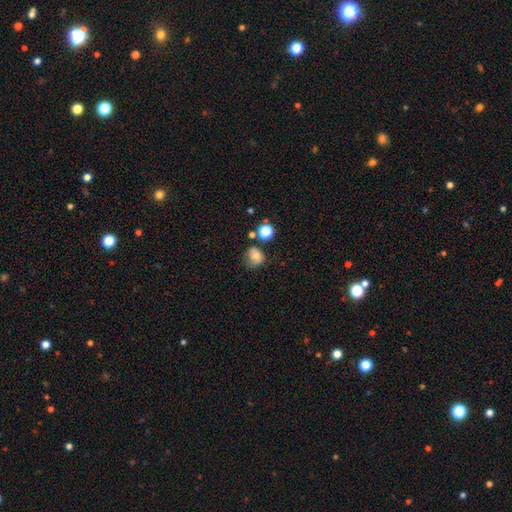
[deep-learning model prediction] smooth 72%, star or artifact 14%, featured or disk 14%. Down the decision tree: how rounded — round (65%); merging — none (49%).